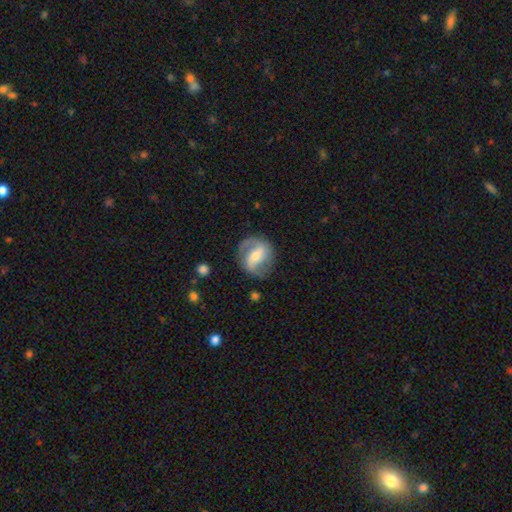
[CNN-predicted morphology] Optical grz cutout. It shows a featured or disk galaxy (74%) with a strong bar (44%), 2 (84%) medium (45%) spiral arms (85%) and a moderate central bulge (53%). Merging: none (76%).